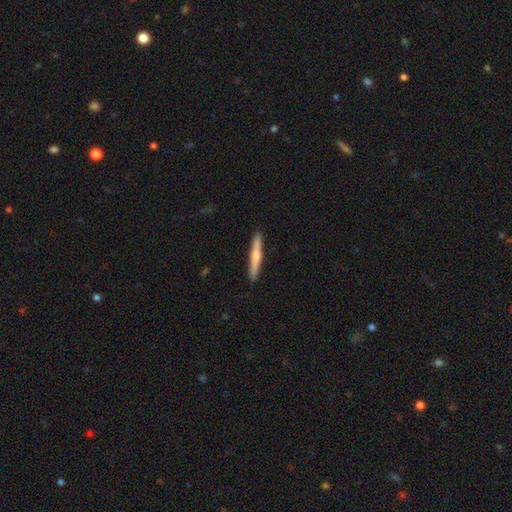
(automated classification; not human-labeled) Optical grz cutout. It shows a smooth galaxy with no disk features (52%) that is cigar-shaped (95%). Merging: none (91%).